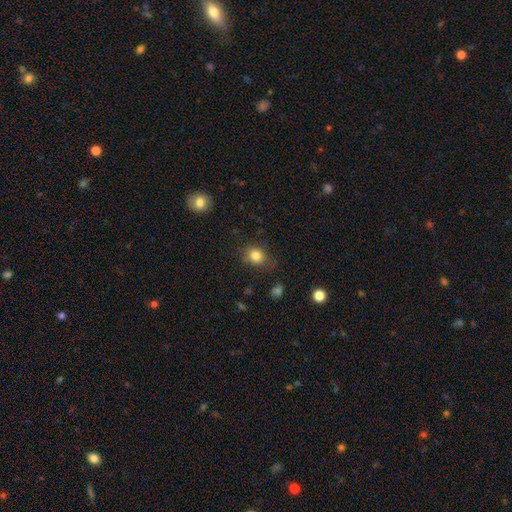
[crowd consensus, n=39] A smooth galaxy with no disk features (87%) that is round (56%).

Vote fractions:
- Smooth or featured? smooth: 87% / star or artifact: 8% / featured or disk: 5%
- How rounded? round: 56% / in between: 44% / cigar-shaped: 0%
- Merging? none: 61% / minor disturbance: 22% / major disturbance: 17% / merger: 0%